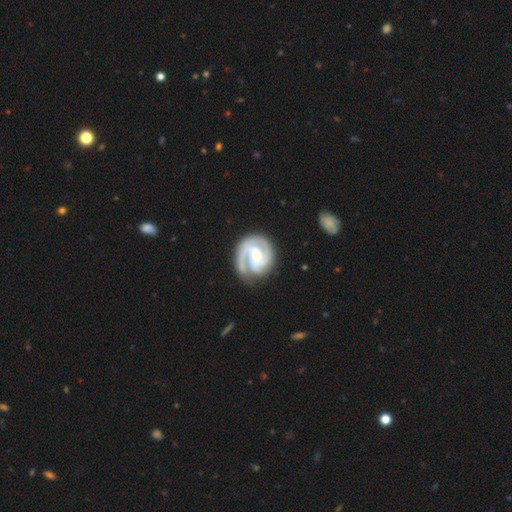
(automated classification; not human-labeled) Smooth or featured? featured or disk (90%)
Edge-on disk? no (98%)
Bar? no (57%)
Spiral arms? yes (98%)
Spiral winding? tight (60%)
Spiral arm count? 2 (50%)
Bulge size? small (55%)
Merging? none (72%)